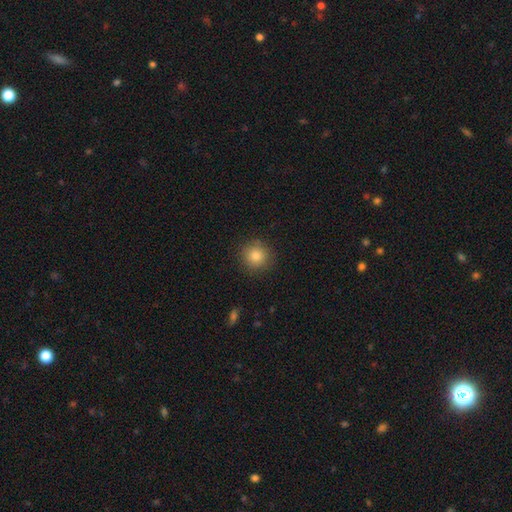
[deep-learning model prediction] A smooth galaxy with no disk features (83%) that is round (94%). Merging: none (90%).